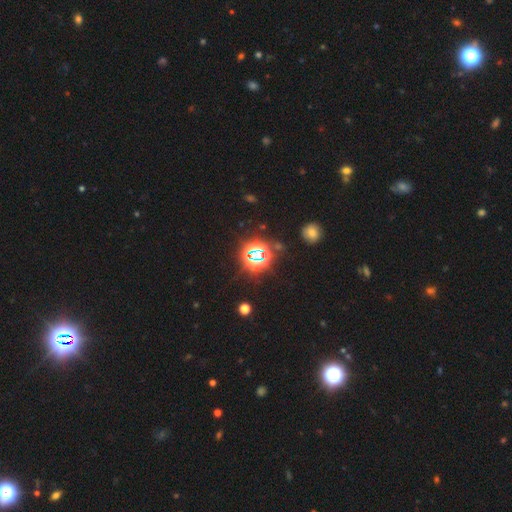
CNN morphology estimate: A star or artifact, not a galaxy (78%).